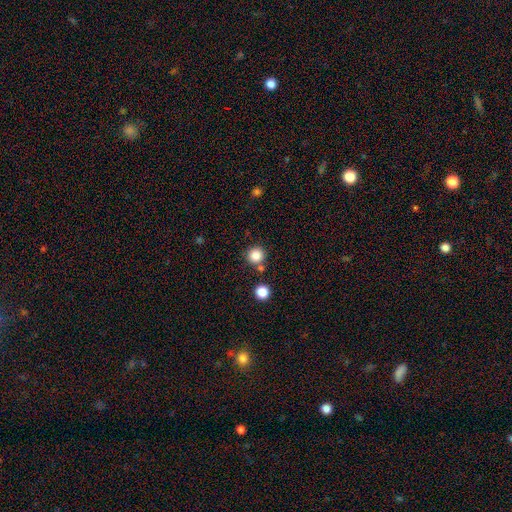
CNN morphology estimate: type=smooth (84%); roundness=round (94%); merging=none (78%).